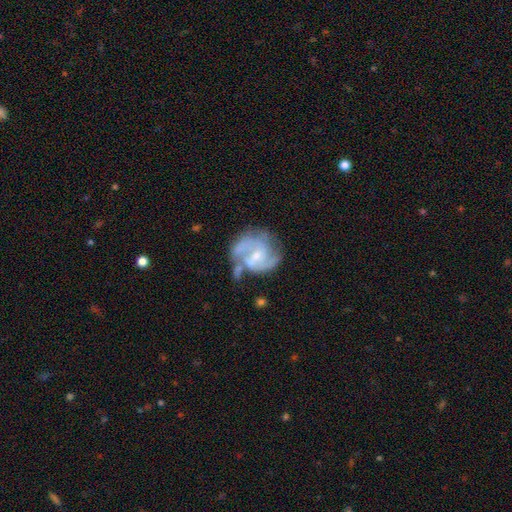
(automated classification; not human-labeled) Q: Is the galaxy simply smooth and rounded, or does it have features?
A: featured or disk — 82%.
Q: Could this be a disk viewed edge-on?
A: no — 98%.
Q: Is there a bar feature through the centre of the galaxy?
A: weak — 49%.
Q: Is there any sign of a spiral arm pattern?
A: yes — 92%.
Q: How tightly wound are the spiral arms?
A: medium — 51%.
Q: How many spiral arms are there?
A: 2 — 56%.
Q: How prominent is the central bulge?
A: small — 58%.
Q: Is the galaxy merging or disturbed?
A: none — 47%.